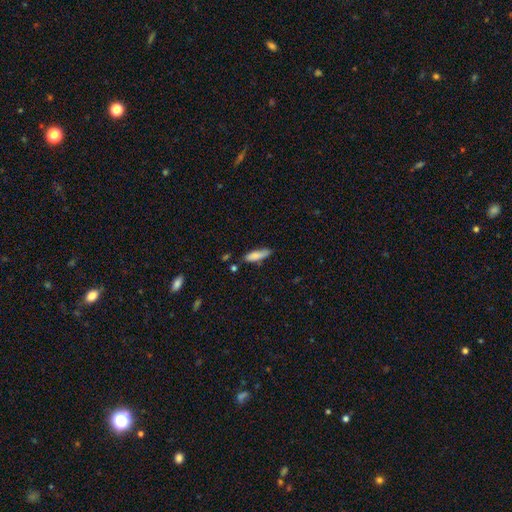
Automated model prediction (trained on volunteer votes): Morphology: type=smooth (83%); roundness=cigar-shaped (56%); merging=none (66%).